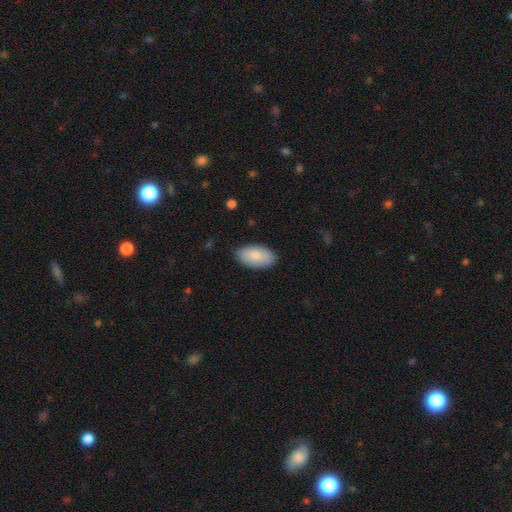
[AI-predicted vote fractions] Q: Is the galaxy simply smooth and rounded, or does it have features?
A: smooth — 85%.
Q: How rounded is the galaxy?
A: in between — 95%.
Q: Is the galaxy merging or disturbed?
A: none — 86%.